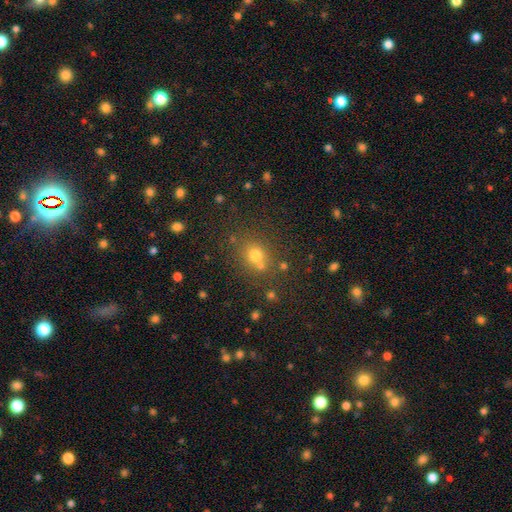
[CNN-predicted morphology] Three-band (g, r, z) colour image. It shows a smooth galaxy with no disk features (67%) that is round (77%). Merging: none (67%).